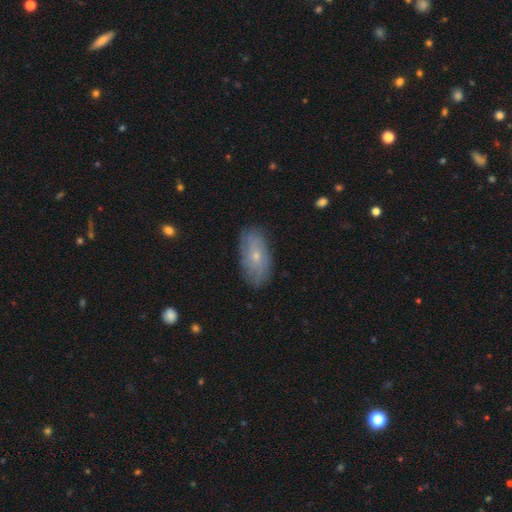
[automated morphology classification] A smooth galaxy with no disk features (51%) that is in between round and cigar-shaped (90%).

Vote fractions:
- Smooth or featured? smooth: 51% / featured or disk: 42% / star or artifact: 8%
- How rounded? in between: 90% / cigar-shaped: 6% / round: 5%
- Merging? none: 81% / minor disturbance: 15% / major disturbance: 3% / merger: 1%